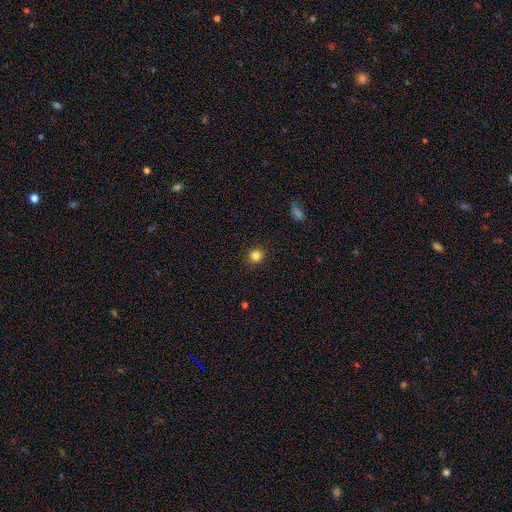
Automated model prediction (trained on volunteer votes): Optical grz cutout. It shows a smooth galaxy with no disk features (83%) that is round (94%). Merging: none (91%).